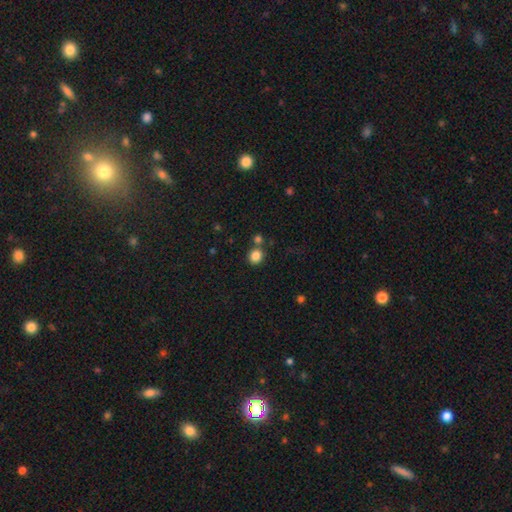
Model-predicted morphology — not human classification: A smooth galaxy with no disk features (85%) that is round (79%).

Vote fractions:
- Smooth or featured? smooth: 85% / star or artifact: 11% / featured or disk: 5%
- How rounded? round: 79% / in between: 21% / cigar-shaped: 1%
- Merging? none: 71% / merger: 17% / minor disturbance: 9% / major disturbance: 3%